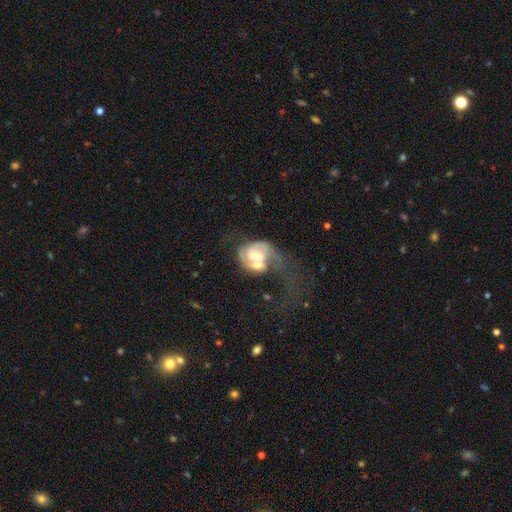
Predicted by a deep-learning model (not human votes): smooth-or-featured: featured or disk: 74% | smooth: 20% | star or artifact: 6%
  disk-edge-on: no: 97% | yes: 3%
    bar: no: 57% | weak: 34% | strong: 9%
    has-spiral-arms: yes: 85% | no: 15%
      spiral-winding: medium: 40% | loose: 32% | tight: 29%
      spiral-arm-count: 2: 62% | 1: 18% | can't tell: 15% | 3: 3% | 4: 1% | more than 4: 1%
    bulge-size: moderate: 54% | small: 32% | large: 9% | none: 4% | dominant: 2%
  merging: merger: 47% | major disturbance: 26% | none: 16% | minor disturbance: 11%